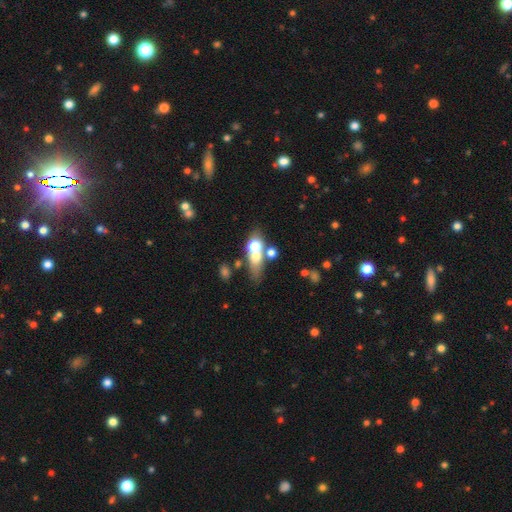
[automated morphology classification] smooth_or_featured: smooth (p=0.55) [alt: featured or disk p=0.31]
how_rounded: in between (p=0.47) [alt: round p=0.33]
merging: merger (p=0.44) [alt: none p=0.38]